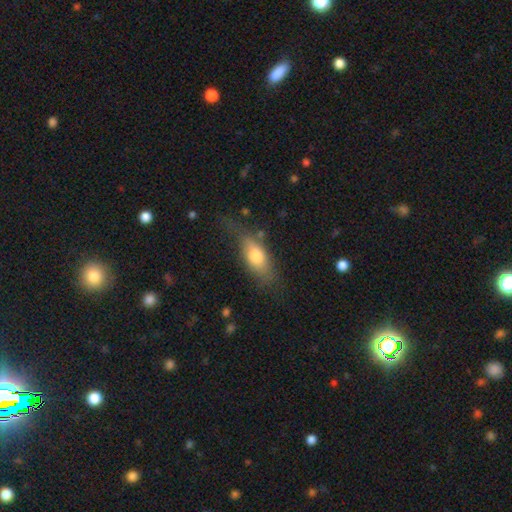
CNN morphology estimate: smooth-or-featured: smooth: 71% | featured or disk: 22% | star or artifact: 7%
  how-rounded: in between: 77% | cigar-shaped: 18% | round: 5%
  merging: none: 58% | minor disturbance: 26% | major disturbance: 13% | merger: 3%